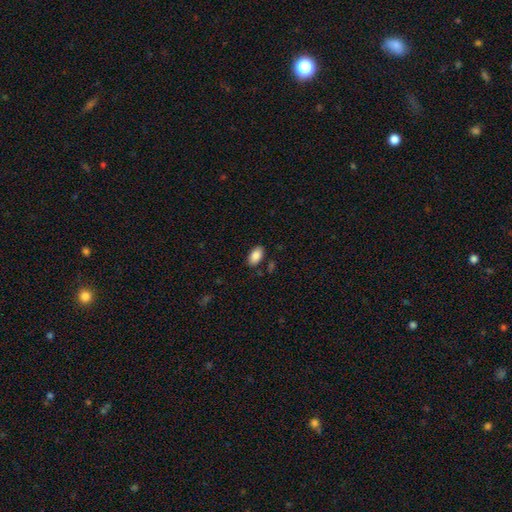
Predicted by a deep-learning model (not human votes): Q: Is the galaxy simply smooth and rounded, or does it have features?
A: smooth — 88%.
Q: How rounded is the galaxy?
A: in between — 94%.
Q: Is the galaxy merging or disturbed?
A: none — 84%.